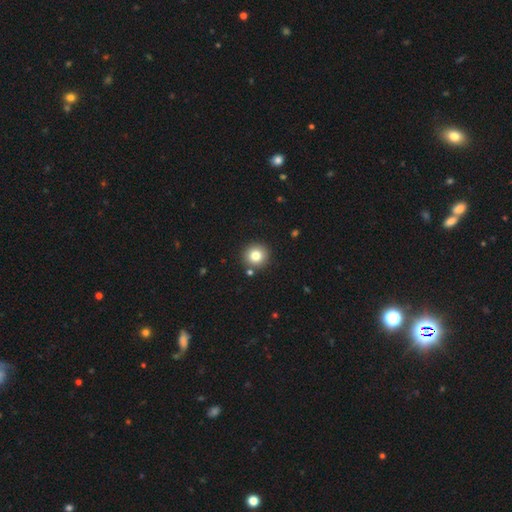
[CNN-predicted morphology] Q: Smooth or featured?
A: smooth (80%); runner-up: star or artifact (11%)
Q: How rounded?
A: round (94%); runner-up: in between (5%)
Q: Merging?
A: none (87%); runner-up: minor disturbance (6%)